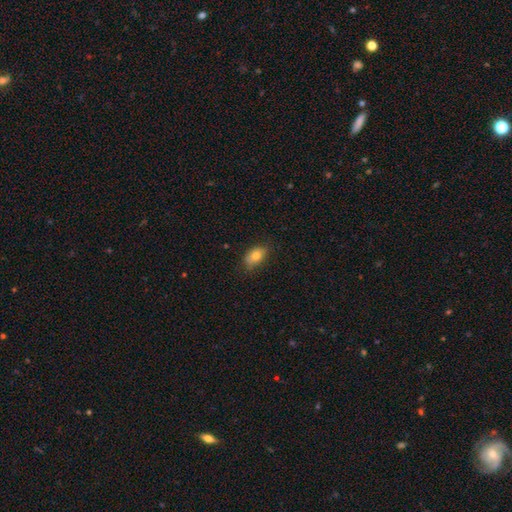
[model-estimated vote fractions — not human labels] Smooth or featured?
  - smooth: 78% *
  - featured or disk: 13%
  - star or artifact: 8%
How rounded?
  - in between: 87% *
  - round: 10%
  - cigar-shaped: 3%
Merging?
  - none: 75% *
  - minor disturbance: 20%
  - major disturbance: 4%
  - merger: 1%